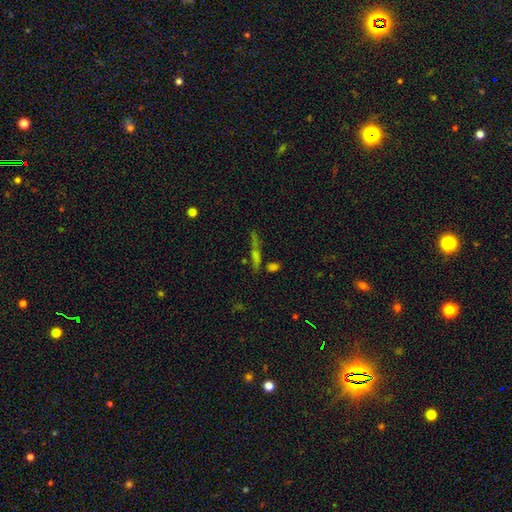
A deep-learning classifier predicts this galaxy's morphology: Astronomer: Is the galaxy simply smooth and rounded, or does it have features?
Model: featured or disk — 42% (runner-up: smooth, 32%).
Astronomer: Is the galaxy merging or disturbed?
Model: none — 71%.